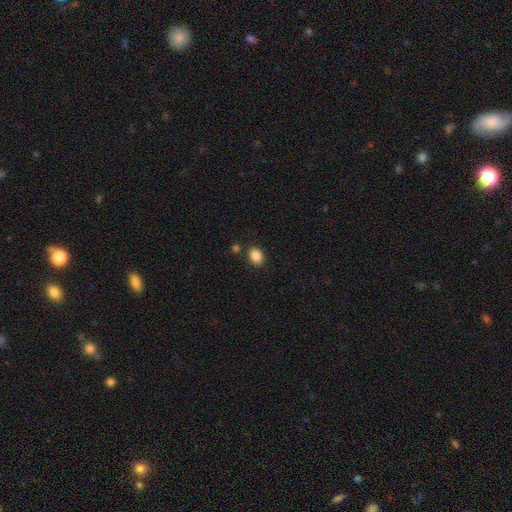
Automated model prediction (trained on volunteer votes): This appears to be a smooth galaxy with no disk features (88%) that is in between round and cigar-shaped (66%). Merging: none (82%).